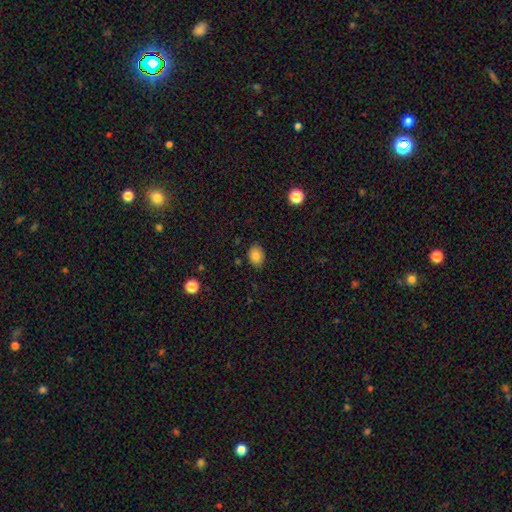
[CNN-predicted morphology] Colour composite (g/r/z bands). It shows a smooth galaxy with no disk features (83%) that is in between round and cigar-shaped (68%). Merging: none (85%).